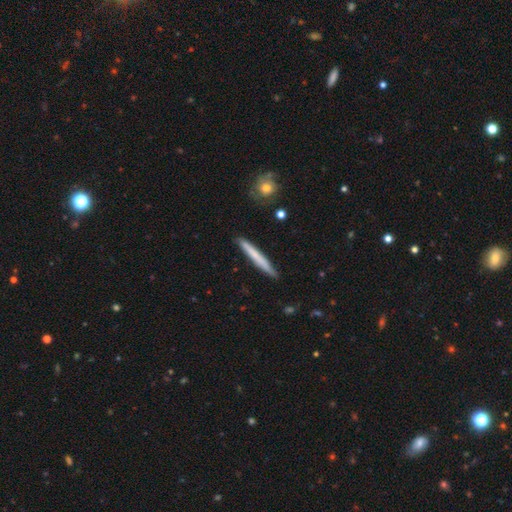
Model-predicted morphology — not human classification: This appears to be a smooth galaxy with no disk features (63%) that is cigar-shaped (97%). Merging: none (89%).